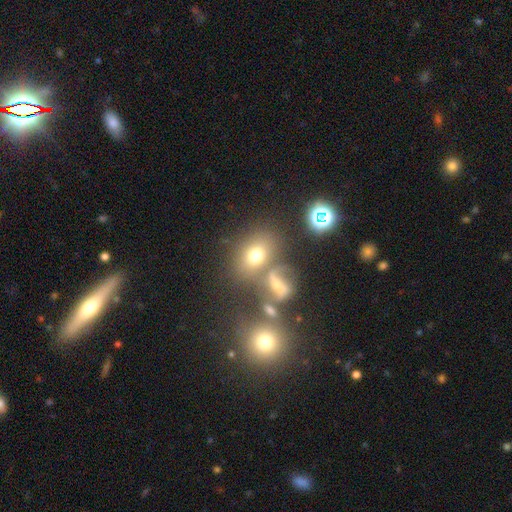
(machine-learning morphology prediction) smooth 67%, featured or disk 17%, star or artifact 16%. Down the decision tree: how rounded — in between (57%); merging — none (52%).